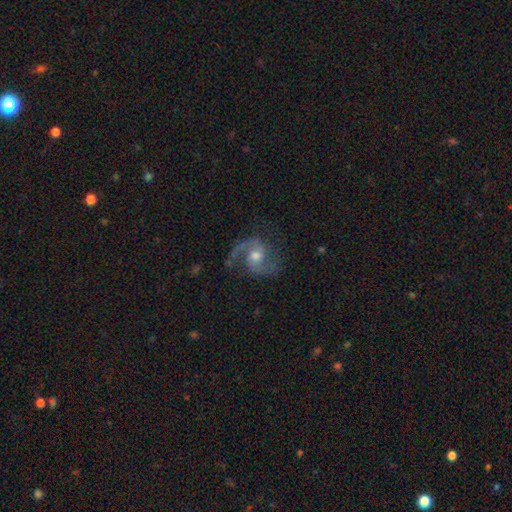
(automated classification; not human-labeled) Smooth or featured? featured or disk (86%)
Edge-on disk? no (98%)
Bar? no (60%)
Spiral arms? yes (97%)
Spiral winding? medium (53%)
Spiral arm count? 2 (89%)
Bulge size? moderate (68%)
Merging? none (71%)